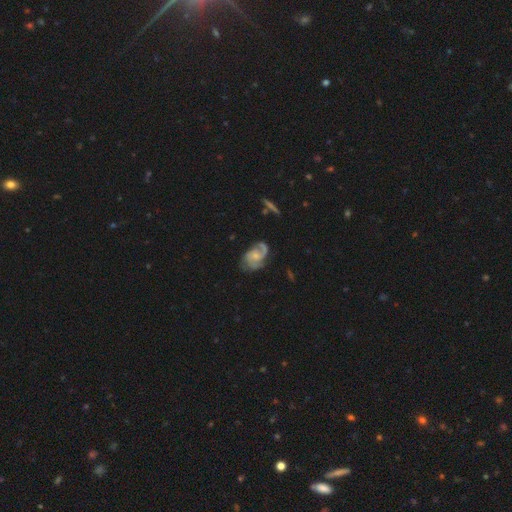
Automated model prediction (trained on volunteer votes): A featured or disk galaxy (83%) with no bar (62%), 2 (70%) medium (50%) spiral arms (96%) and a small central bulge (53%).

Vote fractions:
- Smooth or featured? featured or disk: 83% / smooth: 12% / star or artifact: 5%
- Edge-on disk? no: 98% / yes: 2%
- Bar? no: 62% / weak: 33% / strong: 5%
- Spiral arms? yes: 96% / no: 4%
- Spiral winding? medium: 50% / tight: 27% / loose: 22%
- Spiral arm count? 2: 70% / 1: 9% / 3: 9% / can't tell: 8% / 4: 2% / more than 4: 2%
- Bulge size? small: 53% / moderate: 30% / none: 13% / large: 2% / dominant: 1%
- Merging? none: 60% / minor disturbance: 23% / major disturbance: 14% / merger: 2%